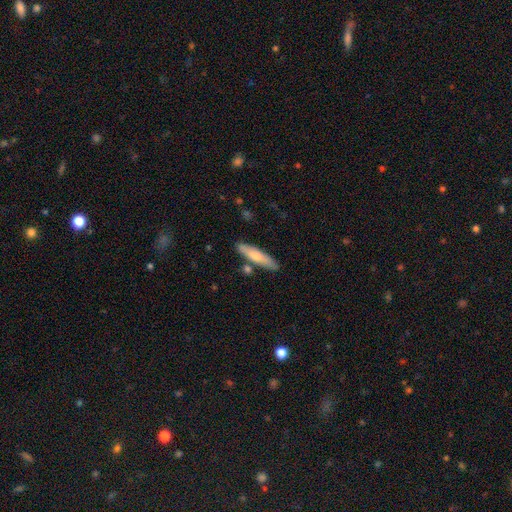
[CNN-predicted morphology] smooth 68%, featured or disk 27%, star or artifact 5%. Down the decision tree: how rounded — cigar-shaped (80%); merging — none (80%).